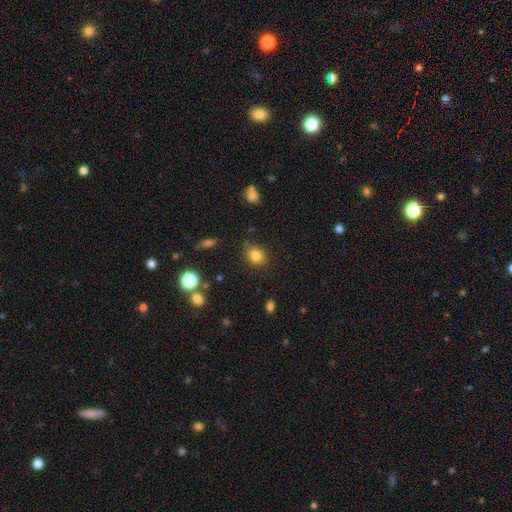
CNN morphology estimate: This is clearly a smooth galaxy (81%). How rounded: likely round (65%). Merging: clearly none (83%).